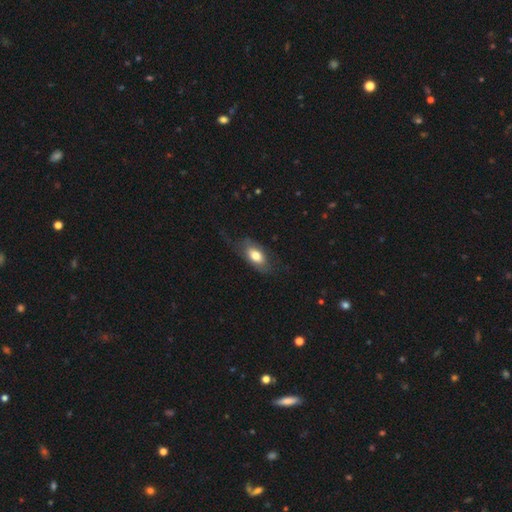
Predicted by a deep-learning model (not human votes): Morphology: type=smooth (66%); roundness=in between (89%); merging=none (61%).